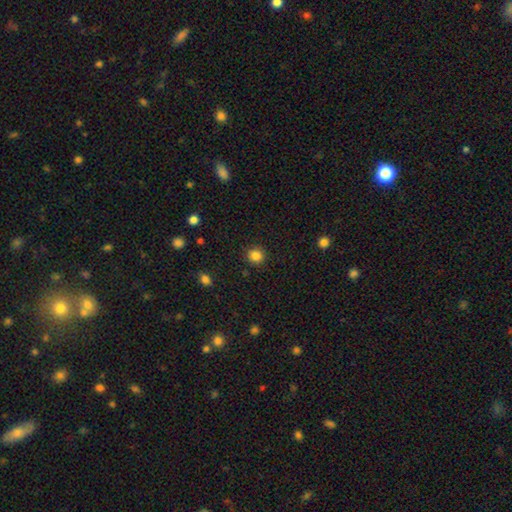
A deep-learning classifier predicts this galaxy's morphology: smooth 84%, star or artifact 11%, featured or disk 4%. Down the decision tree: how rounded — round (91%); merging — none (91%).